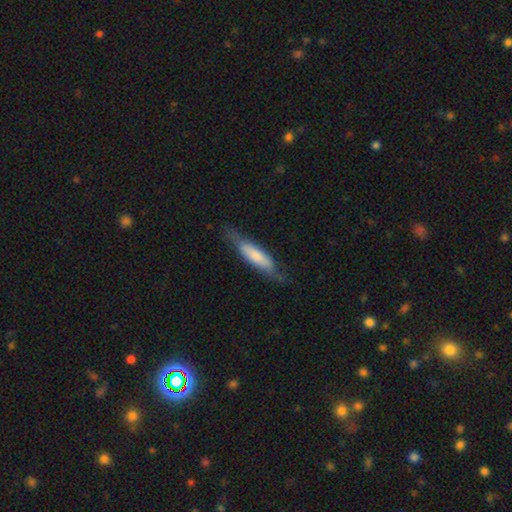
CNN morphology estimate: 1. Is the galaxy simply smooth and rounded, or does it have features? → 62% smooth, 33% featured or disk, 5% star or artifact.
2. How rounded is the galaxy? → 74% cigar-shaped, 24% in between, 2% round.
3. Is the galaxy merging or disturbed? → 65% none, 25% minor disturbance, 8% major disturbance, 2% merger.